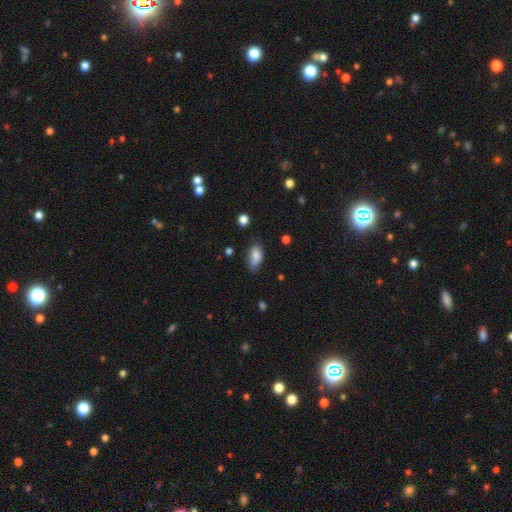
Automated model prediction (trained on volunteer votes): Smooth or featured? smooth (82%)
How rounded? in between (90%)
Merging? none (55%)